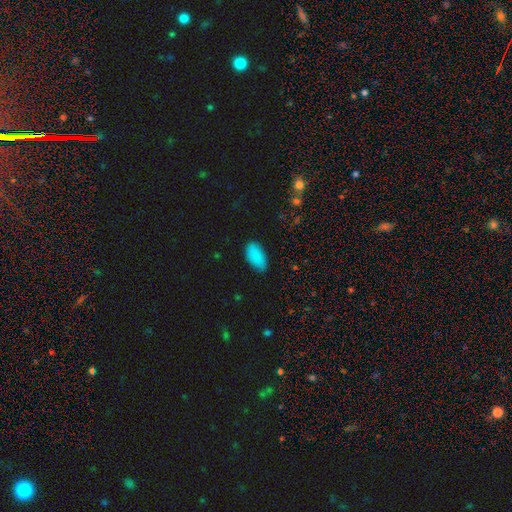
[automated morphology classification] smooth-or-featured: smooth: 88% | star or artifact: 8% | featured or disk: 4%
  how-rounded: in between: 94% | cigar-shaped: 3% | round: 3%
  merging: none: 83% | minor disturbance: 13% | major disturbance: 3% | merger: 1%